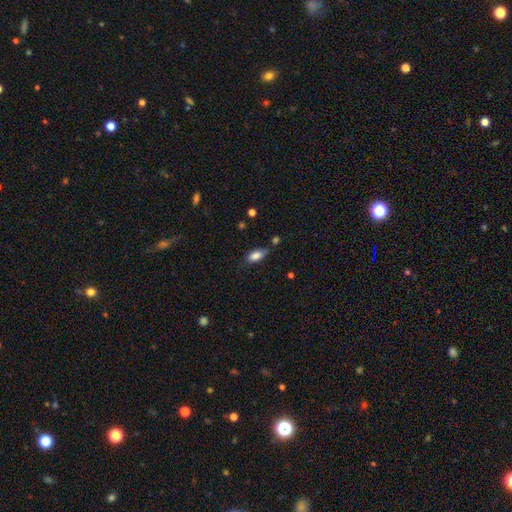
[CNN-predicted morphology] The model was most divided on "merging": none: 64%, minor disturbance: 24%, merger: 7%, major disturbance: 5%. More confident: how rounded — in between (85%); smooth or featured — smooth (83%).